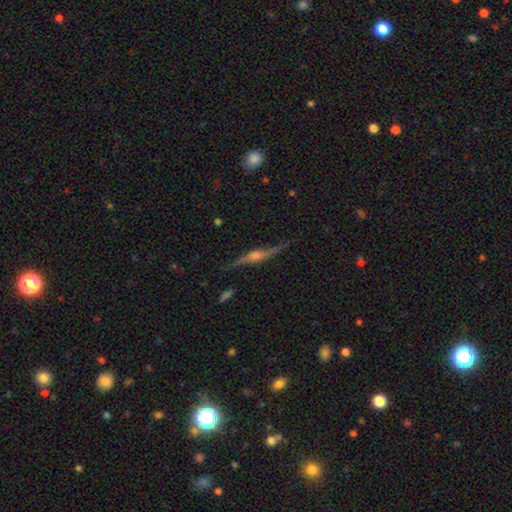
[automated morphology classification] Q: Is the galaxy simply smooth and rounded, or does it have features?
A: featured or disk — 84%.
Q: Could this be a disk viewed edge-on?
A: yes — 95%.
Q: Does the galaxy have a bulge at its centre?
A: rounded — 88%.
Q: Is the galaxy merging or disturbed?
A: none — 81%.